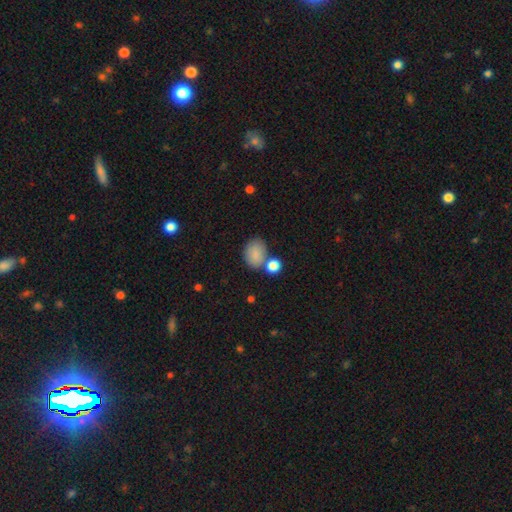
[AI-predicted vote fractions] Smooth or featured? Predicted: smooth (p=0.85). How rounded? Predicted: in between (p=0.71). Merging? Predicted: none (p=0.59).